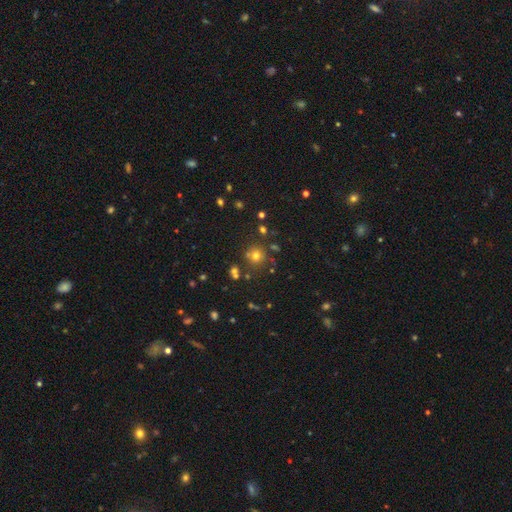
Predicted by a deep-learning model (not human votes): The model was most divided on "smooth or featured": smooth: 66%, star or artifact: 24%, featured or disk: 9%. More confident: how rounded — round (91%); merging — none (76%).